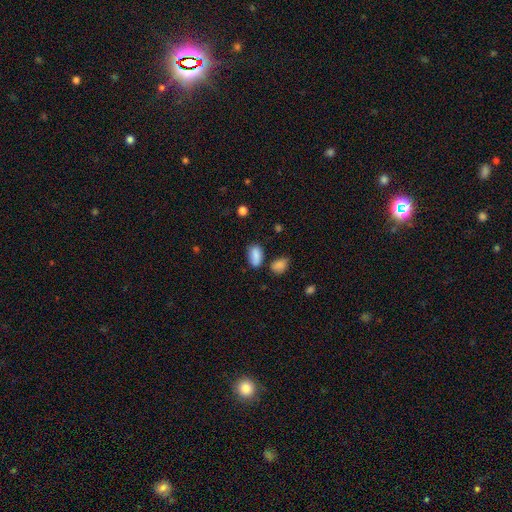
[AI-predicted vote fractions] A smooth galaxy with no disk features (86%) that is in between round and cigar-shaped (92%).

Vote fractions:
- Smooth or featured? smooth: 86% / star or artifact: 8% / featured or disk: 6%
- How rounded? in between: 92% / round: 5% / cigar-shaped: 3%
- Merging? none: 66% / minor disturbance: 20% / merger: 9% / major disturbance: 5%